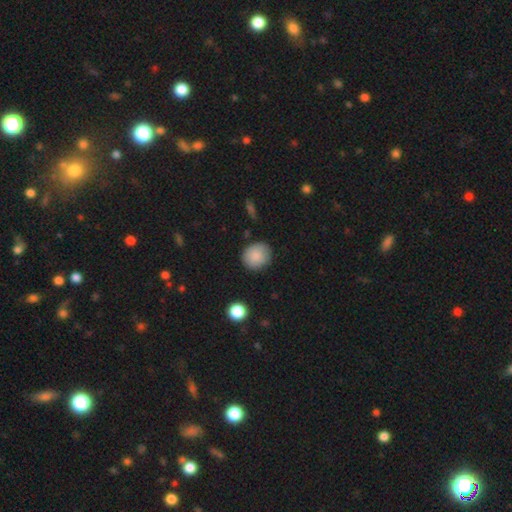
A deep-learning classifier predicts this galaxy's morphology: smooth-or-featured: smooth: 87% | star or artifact: 7% | featured or disk: 6%
  how-rounded: round: 83% | in between: 16% | cigar-shaped: 1%
  merging: none: 84% | minor disturbance: 12% | major disturbance: 3% | merger: 2%